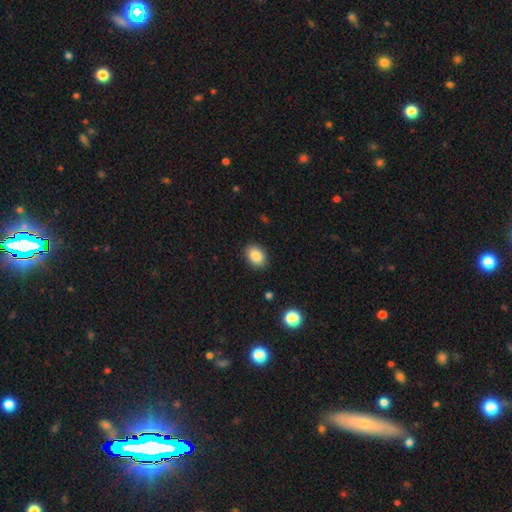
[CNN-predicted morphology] type=smooth (87%); roundness=in between (75%); merging=none (89%).